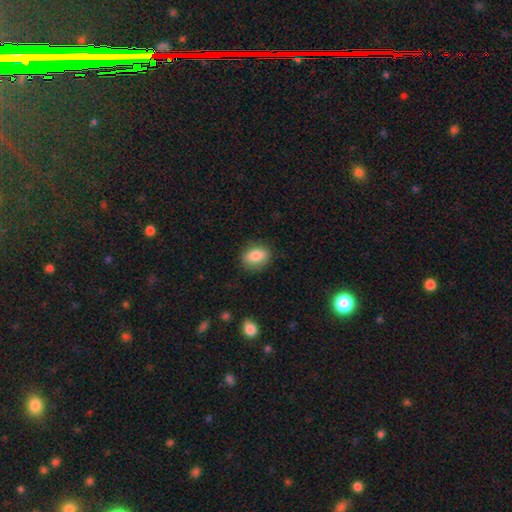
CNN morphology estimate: Q: Smooth or featured?
A: smooth (84%); runner-up: featured or disk (8%)
Q: How rounded?
A: in between (68%); runner-up: round (30%)
Q: Merging?
A: none (81%); runner-up: minor disturbance (14%)